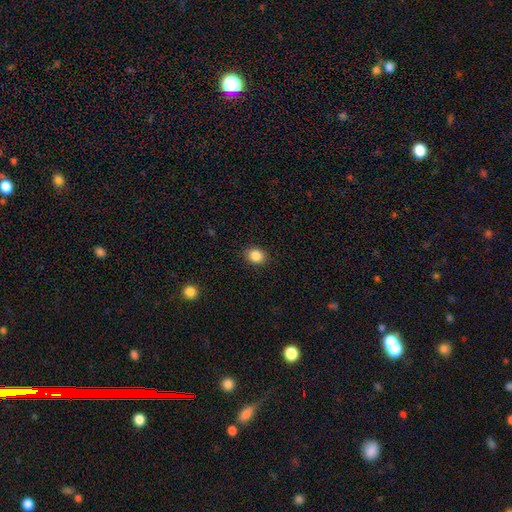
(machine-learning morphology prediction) Smooth or featured?
  - smooth: 87% *
  - star or artifact: 10%
  - featured or disk: 4%
How rounded?
  - round: 57% *
  - in between: 42%
  - cigar-shaped: 1%
Merging?
  - none: 89% *
  - minor disturbance: 7%
  - major disturbance: 2%
  - merger: 1%